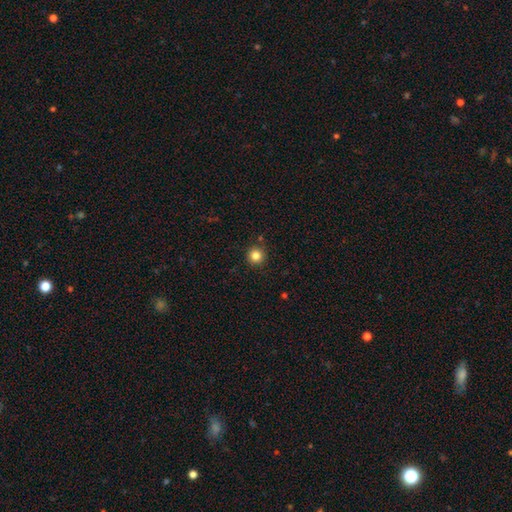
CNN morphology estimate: smooth-or-featured: smooth: 84% | star or artifact: 12% | featured or disk: 4%
  how-rounded: round: 95% | in between: 4% | cigar-shaped: 1%
  merging: none: 90% | minor disturbance: 6% | merger: 2% | major disturbance: 2%